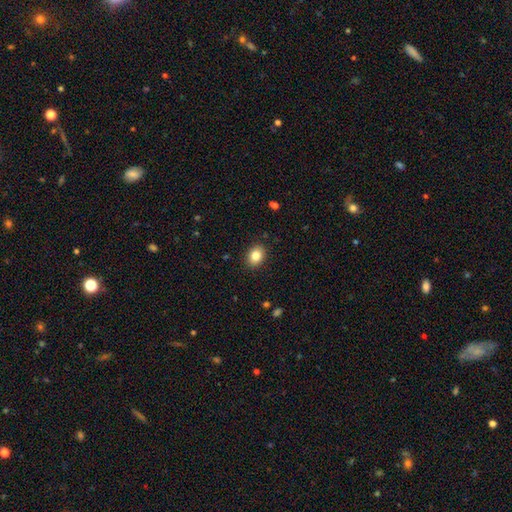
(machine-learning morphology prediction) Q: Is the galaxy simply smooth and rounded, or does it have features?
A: smooth — 84%.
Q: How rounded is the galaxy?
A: in between — 60%.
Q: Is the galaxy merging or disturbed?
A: none — 89%.